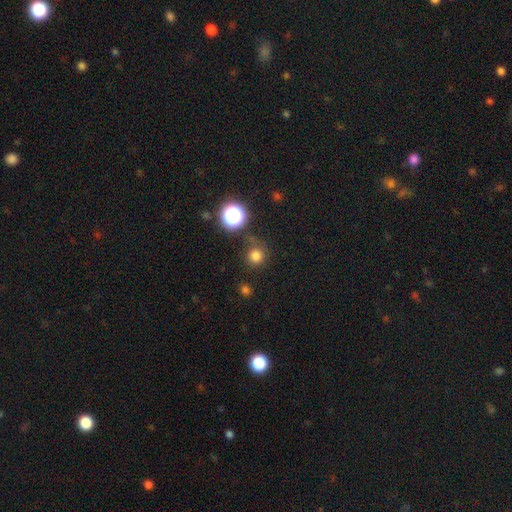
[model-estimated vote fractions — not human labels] Smooth or featured: smooth — 76% (star or artifact — 19%)
How rounded: round — 94% (in between — 5%)
Merging: none — 77% (minor disturbance — 12%)